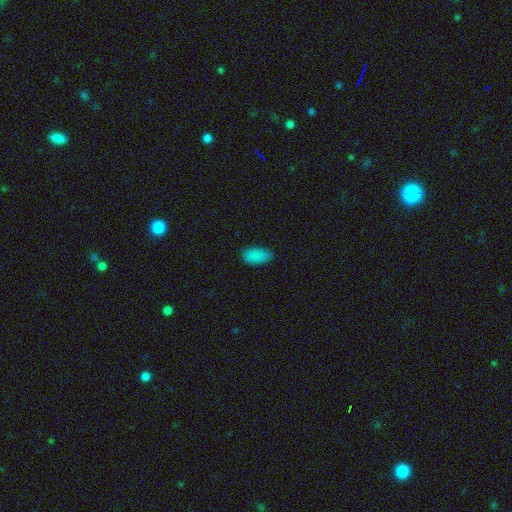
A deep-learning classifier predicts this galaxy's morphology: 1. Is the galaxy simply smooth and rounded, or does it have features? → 86% smooth, 10% star or artifact, 4% featured or disk.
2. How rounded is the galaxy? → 93% in between, 4% cigar-shaped, 3% round.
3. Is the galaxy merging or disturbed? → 78% none, 18% minor disturbance, 3% major disturbance, 1% merger.